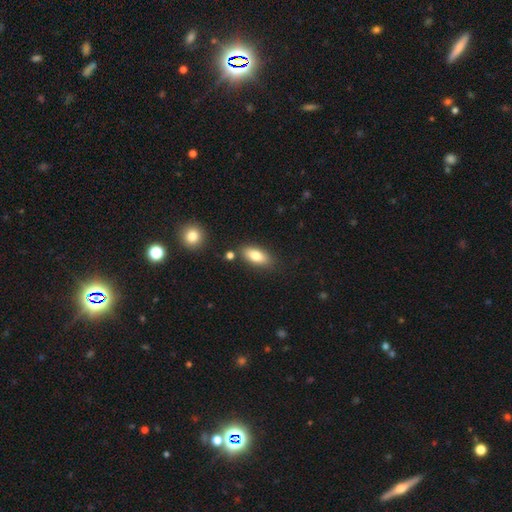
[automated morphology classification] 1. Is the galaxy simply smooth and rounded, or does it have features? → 79% smooth, 13% featured or disk, 7% star or artifact.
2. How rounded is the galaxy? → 84% in between, 13% cigar-shaped, 3% round.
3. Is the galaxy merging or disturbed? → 81% none, 11% minor disturbance, 5% merger, 3% major disturbance.